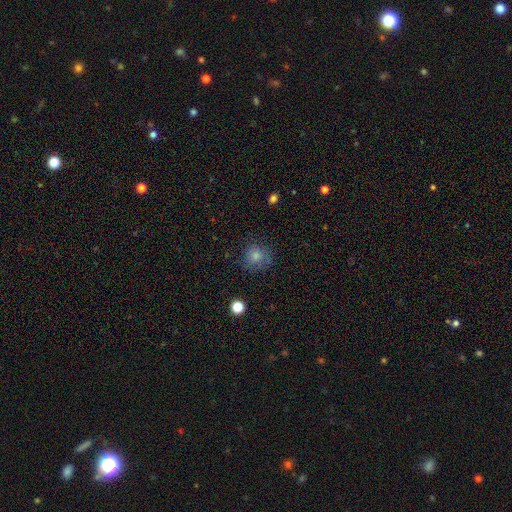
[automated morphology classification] The model was most divided on "smooth or featured": smooth: 69%, star or artifact: 18%, featured or disk: 13%. More confident: how rounded — round (88%); merging — none (78%).